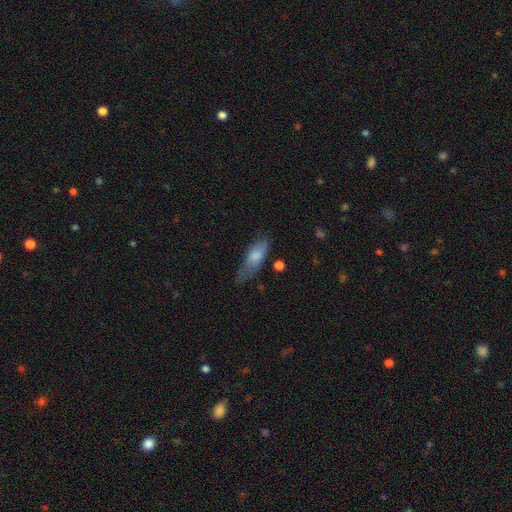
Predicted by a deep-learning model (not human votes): Smooth or featured?
  - smooth: 77% *
  - featured or disk: 17%
  - star or artifact: 6%
How rounded?
  - in between: 70% *
  - cigar-shaped: 28%
  - round: 2%
Merging?
  - none: 46% *
  - minor disturbance: 35%
  - major disturbance: 16%
  - merger: 3%